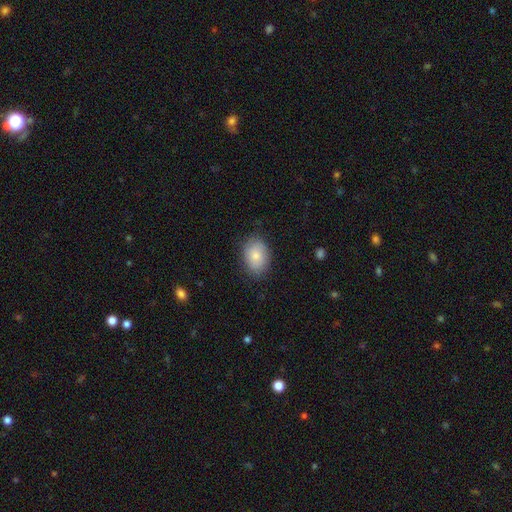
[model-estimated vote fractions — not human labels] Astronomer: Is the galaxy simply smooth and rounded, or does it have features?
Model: smooth — 81%.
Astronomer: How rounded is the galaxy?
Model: in between — 76%.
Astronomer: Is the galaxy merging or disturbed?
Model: none — 82%.